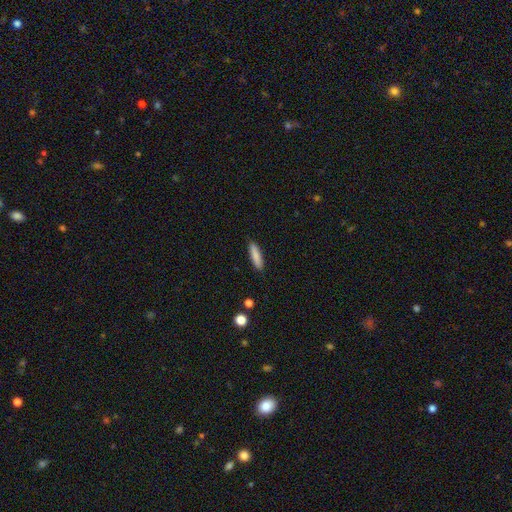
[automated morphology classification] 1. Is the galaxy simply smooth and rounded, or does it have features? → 85% smooth, 9% featured or disk, 6% star or artifact.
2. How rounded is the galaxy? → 81% cigar-shaped, 18% in between, 1% round.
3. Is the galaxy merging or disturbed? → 90% none, 7% minor disturbance, 2% major disturbance, 1% merger.